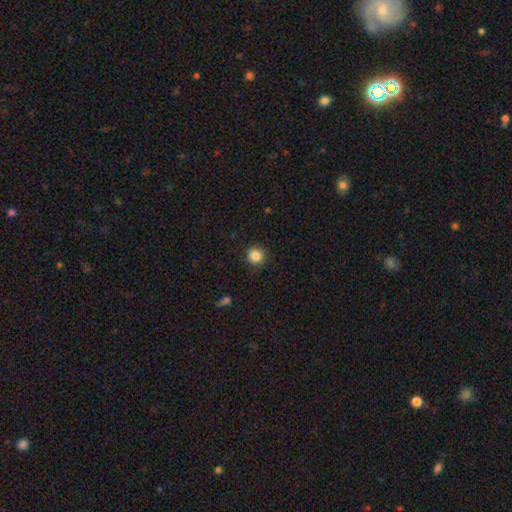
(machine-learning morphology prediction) Smooth or featured?
  - smooth: 86% *
  - star or artifact: 10%
  - featured or disk: 4%
How rounded?
  - round: 94% *
  - in between: 5%
  - cigar-shaped: 1%
Merging?
  - none: 90% *
  - minor disturbance: 6%
  - major disturbance: 2%
  - merger: 1%